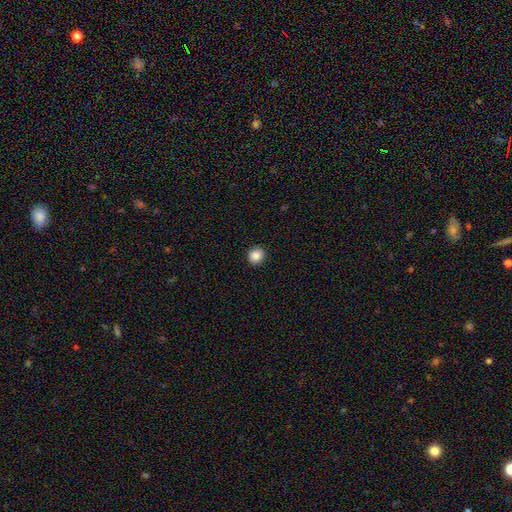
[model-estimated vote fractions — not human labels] The model was most divided on "how rounded": round: 86%, in between: 14%, cigar-shaped: 1%. More confident: merging — none (92%); smooth or featured — smooth (87%).